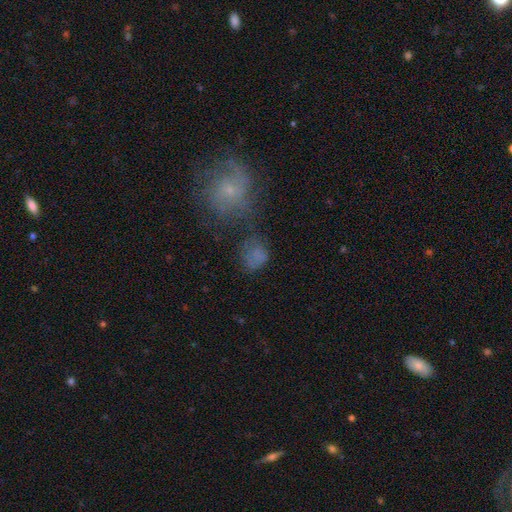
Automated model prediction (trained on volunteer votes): smooth_or_featured: smooth (p=0.62) [alt: featured or disk p=0.19]
how_rounded: round (p=0.59) [alt: in between p=0.39]
merging: none (p=0.49) [alt: minor disturbance p=0.20]